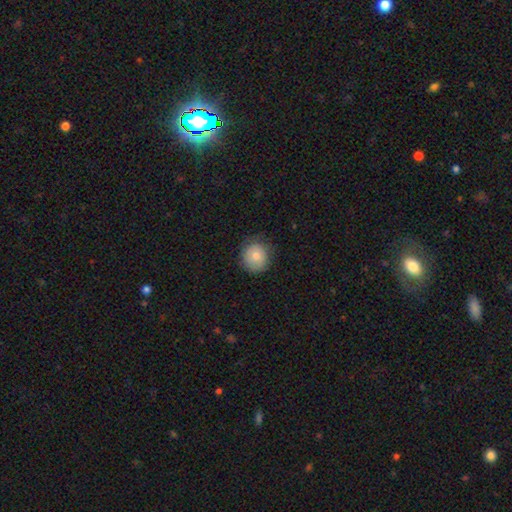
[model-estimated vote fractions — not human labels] Smooth or featured? Predicted: smooth (p=0.77). How rounded? Predicted: round (p=0.89). Merging? Predicted: none (p=0.76).